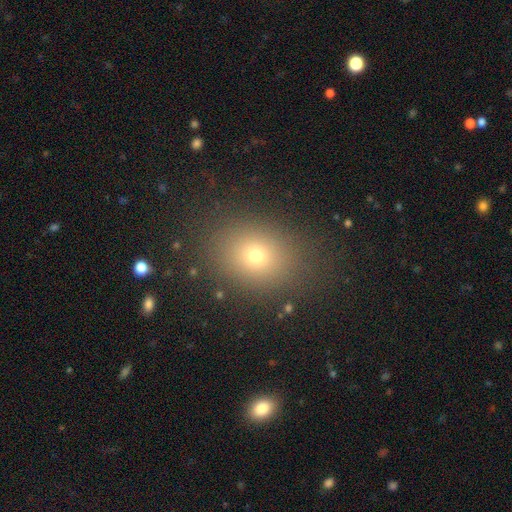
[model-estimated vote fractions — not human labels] Smooth or featured: smooth — 72% (star or artifact — 17%)
How rounded: in between — 54% (round — 44%)
Merging: none — 84% (minor disturbance — 10%)